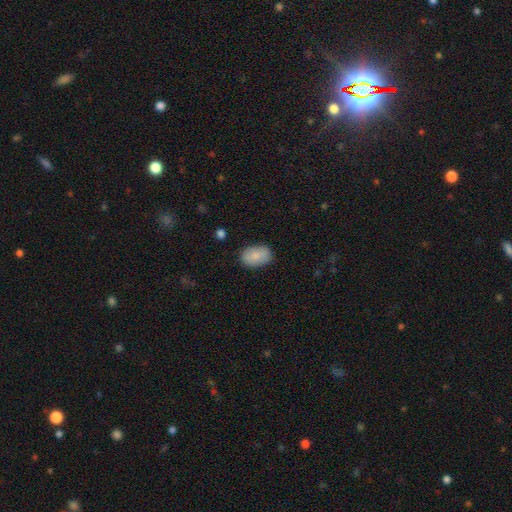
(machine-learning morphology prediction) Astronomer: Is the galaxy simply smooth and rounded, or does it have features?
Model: smooth — 84%.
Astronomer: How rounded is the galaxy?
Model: in between — 86%.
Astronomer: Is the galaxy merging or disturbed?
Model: none — 83%.